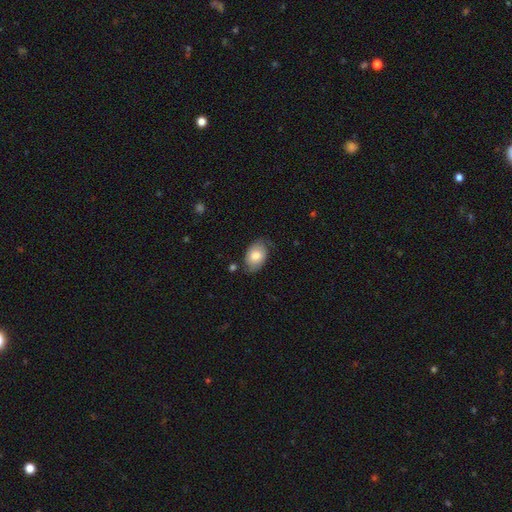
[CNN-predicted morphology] smooth_or_featured: smooth (p=0.72) [alt: featured or disk p=0.21]
how_rounded: in between (p=0.86) [alt: round p=0.13]
merging: none (p=0.64) [alt: minor disturbance p=0.26]